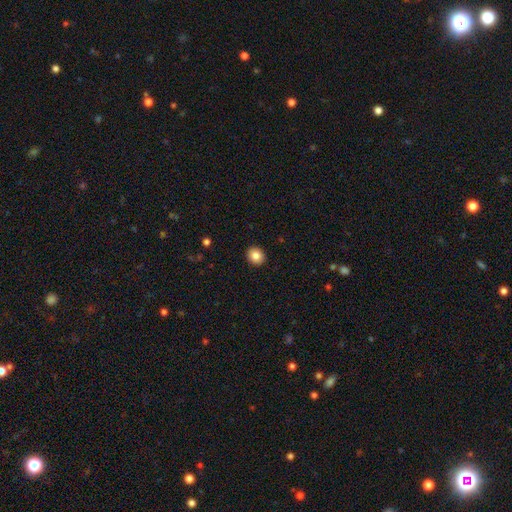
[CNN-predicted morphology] Smooth or featured: smooth — 85% (star or artifact — 9%)
How rounded: round — 75% (in between — 24%)
Merging: none — 92% (minor disturbance — 5%)